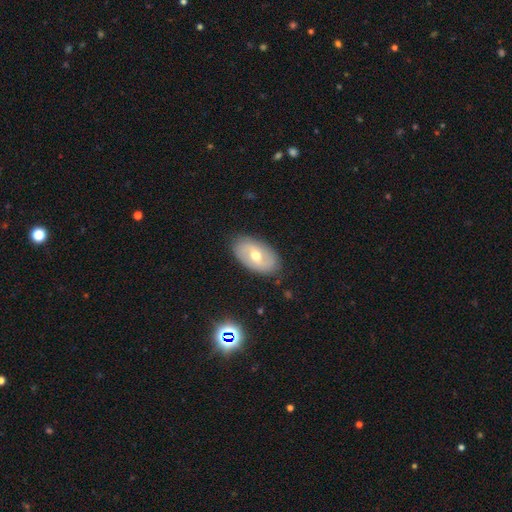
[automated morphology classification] The model was most divided on "smooth or featured": featured or disk: 50%, smooth: 42%, star or artifact: 7%. More confident: edge-on disk — no (90%); merging — none (84%).